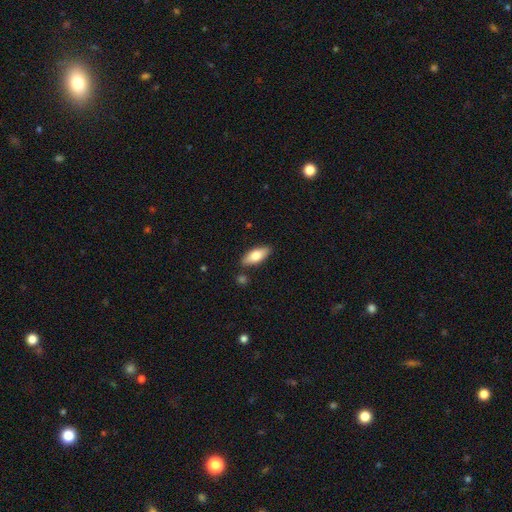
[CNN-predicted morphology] Q: Smooth or featured?
A: smooth (73%); runner-up: featured or disk (21%)
Q: How rounded?
A: in between (77%); runner-up: cigar-shaped (20%)
Q: Merging?
A: none (83%); runner-up: minor disturbance (11%)